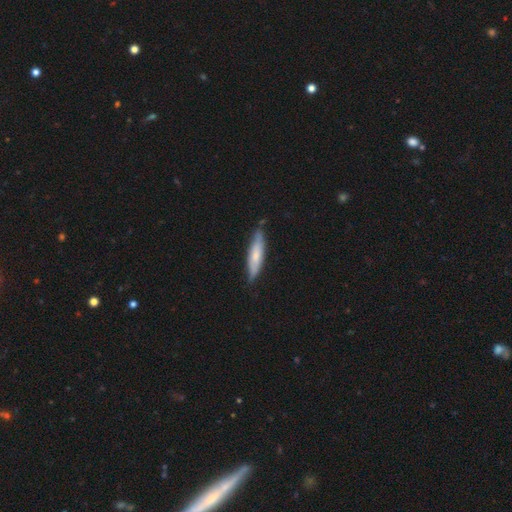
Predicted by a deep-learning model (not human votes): This is likely a smooth galaxy (60%). How rounded: likely cigar-shaped (79%). Merging: likely none (76%).